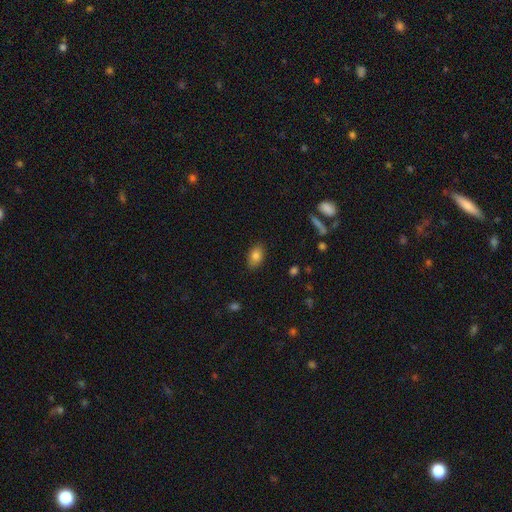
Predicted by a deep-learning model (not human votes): Smooth or featured? smooth (82%)
How rounded? in between (89%)
Merging? none (86%)